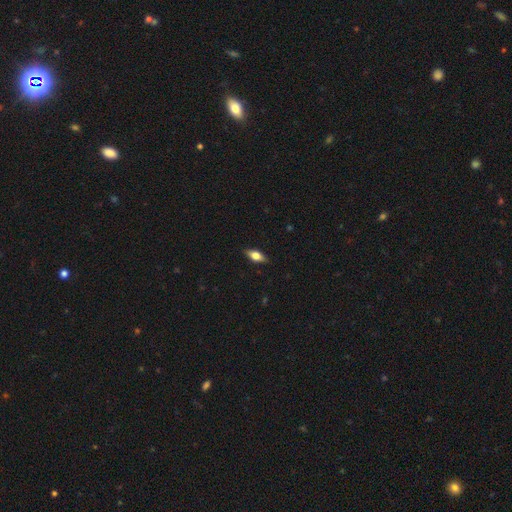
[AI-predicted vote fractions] smooth_or_featured: smooth (p=0.63) [alt: featured or disk p=0.30]
how_rounded: in between (p=0.78) [alt: cigar-shaped p=0.18]
merging: none (p=0.88) [alt: minor disturbance p=0.09]